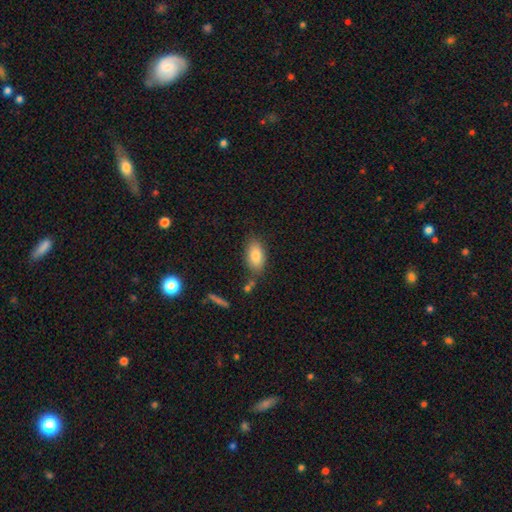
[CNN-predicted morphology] smooth 82%, featured or disk 10%, star or artifact 8%. Down the decision tree: how rounded — in between (90%); merging — none (77%).